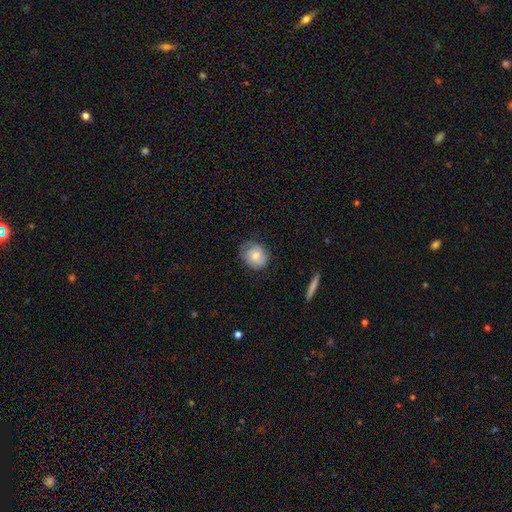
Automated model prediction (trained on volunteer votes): This appears to be a smooth galaxy with no disk features (62%) that is round (67%). Merging: none (66%).